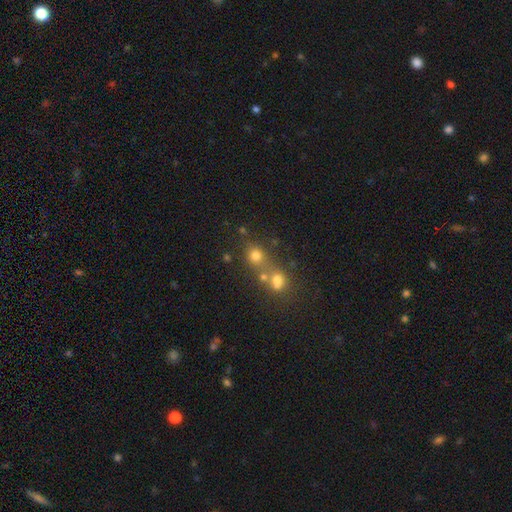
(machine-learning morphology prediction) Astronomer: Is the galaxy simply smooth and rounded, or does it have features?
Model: smooth — 71%.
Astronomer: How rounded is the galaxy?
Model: round — 80%.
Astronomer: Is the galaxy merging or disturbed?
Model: none — 46% (runner-up: merger, 40%).